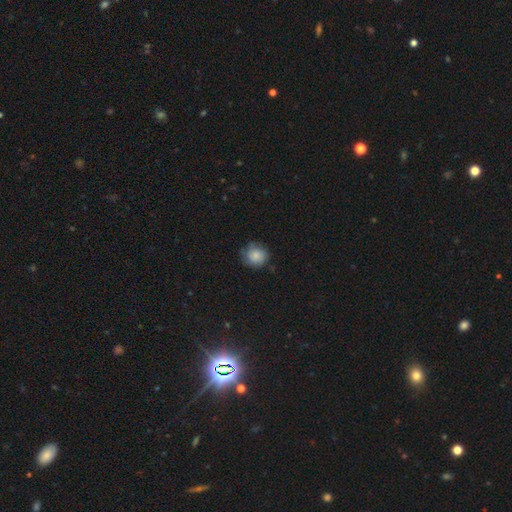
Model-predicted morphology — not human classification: A smooth galaxy with no disk features (81%) that is round (89%).

Vote fractions:
- Smooth or featured? smooth: 81% / featured or disk: 11% / star or artifact: 8%
- How rounded? round: 89% / in between: 10% / cigar-shaped: 1%
- Merging? none: 74% / minor disturbance: 20% / major disturbance: 5% / merger: 1%